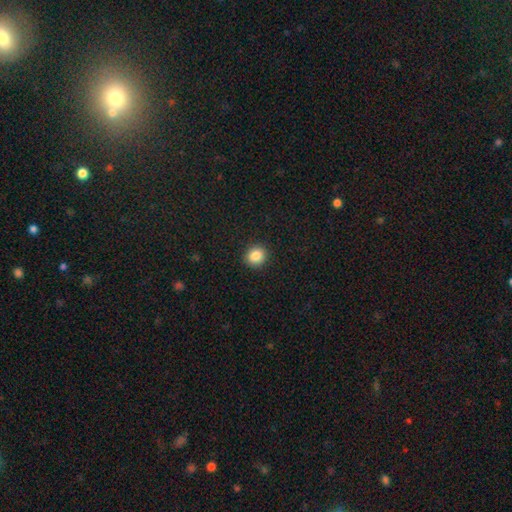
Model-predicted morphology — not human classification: smooth-or-featured: smooth: 86% | star or artifact: 10% | featured or disk: 5%
  how-rounded: round: 82% | in between: 17% | cigar-shaped: 1%
  merging: none: 92% | minor disturbance: 6% | major disturbance: 2% | merger: 1%